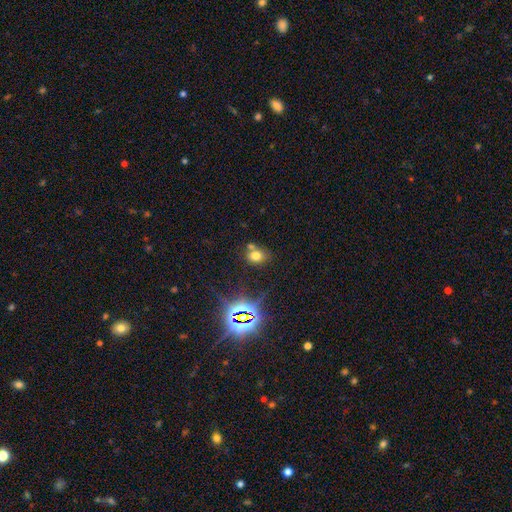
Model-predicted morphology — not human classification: A smooth galaxy with no disk features (66%) that is in between round and cigar-shaped (55%).

Vote fractions:
- Smooth or featured? smooth: 66% / star or artifact: 23% / featured or disk: 11%
- How rounded? in between: 55% / round: 44% / cigar-shaped: 1%
- Merging? none: 59% / merger: 23% / minor disturbance: 12% / major disturbance: 5%